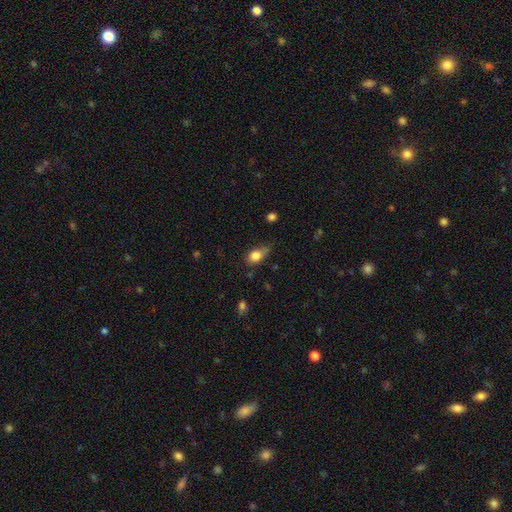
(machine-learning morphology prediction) Smooth or featured?
  - smooth: 83% *
  - star or artifact: 9%
  - featured or disk: 9%
How rounded?
  - in between: 72% *
  - round: 25%
  - cigar-shaped: 3%
Merging?
  - none: 48% *
  - minor disturbance: 38%
  - major disturbance: 10%
  - merger: 4%